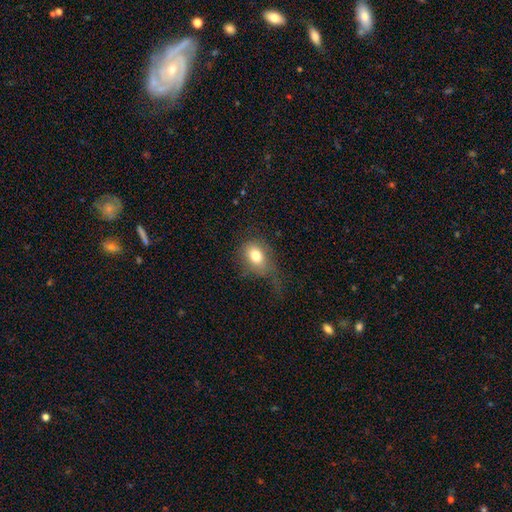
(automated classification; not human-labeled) smooth 77%, featured or disk 13%, star or artifact 10%. Down the decision tree: how rounded — in between (67%); merging — none (43%).